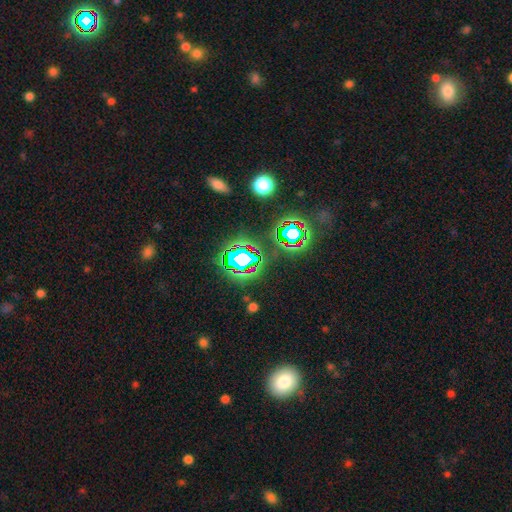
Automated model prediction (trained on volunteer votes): Smooth or featured: star or artifact — 74% (smooth — 17%)